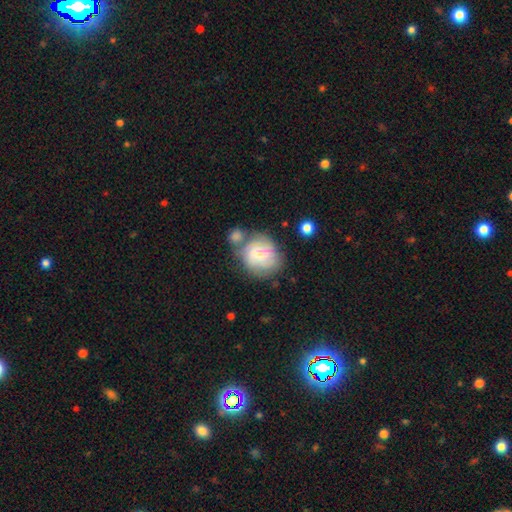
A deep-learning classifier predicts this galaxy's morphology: Overall: featured or disk (53%; smooth 40%). Edge-on disk: no (97%). Bar: no (48%; weak 44%). Spiral arms: yes (77%). Bulge size: small (47%, tied with moderate). Merging: none (47%; merger 24%).